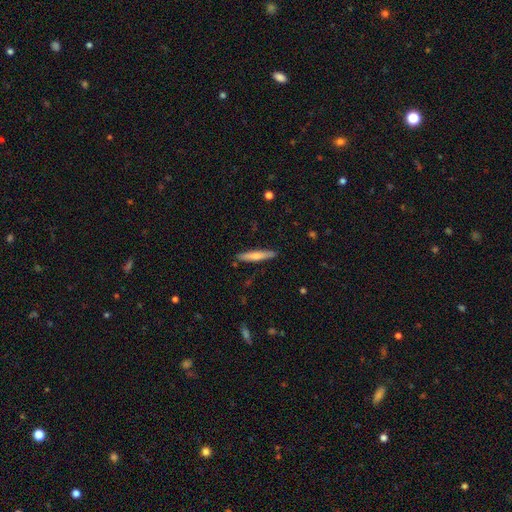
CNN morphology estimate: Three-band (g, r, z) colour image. It shows a smooth galaxy with no disk features (62%) that is cigar-shaped (92%). Merging: none (89%).